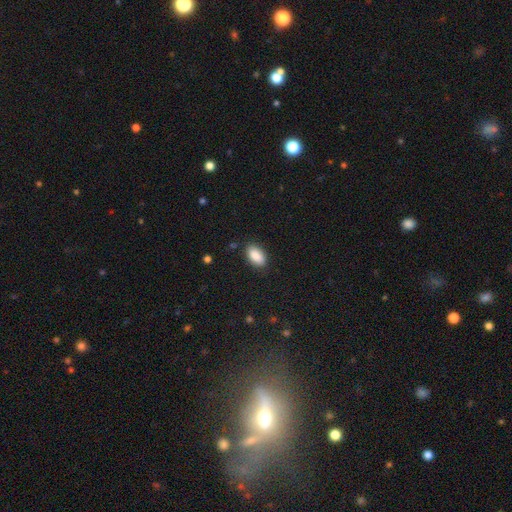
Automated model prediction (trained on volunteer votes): smooth-or-featured: smooth: 89% | star or artifact: 7% | featured or disk: 4%
  how-rounded: in between: 93% | round: 4% | cigar-shaped: 3%
  merging: none: 86% | minor disturbance: 10% | major disturbance: 2% | merger: 1%